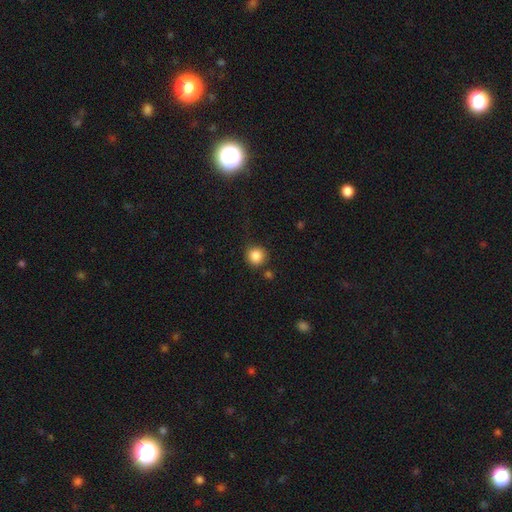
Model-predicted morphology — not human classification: smooth-or-featured: smooth: 86% | star or artifact: 10% | featured or disk: 4%
  how-rounded: round: 93% | in between: 6% | cigar-shaped: 1%
  merging: none: 80% | minor disturbance: 11% | merger: 5% | major disturbance: 4%